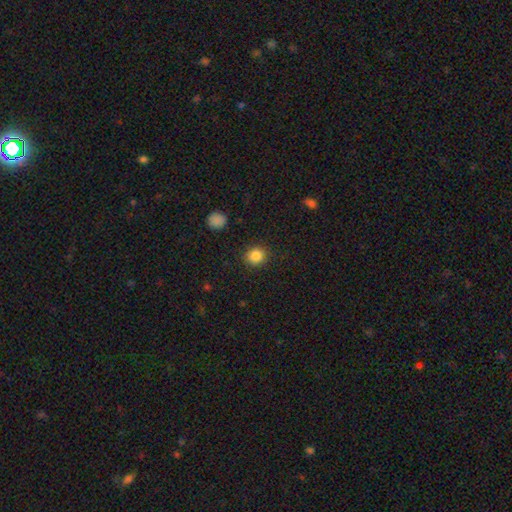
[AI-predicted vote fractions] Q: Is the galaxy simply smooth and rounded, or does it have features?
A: smooth — 86%.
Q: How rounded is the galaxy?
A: round — 86%.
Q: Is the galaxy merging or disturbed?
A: none — 89%.